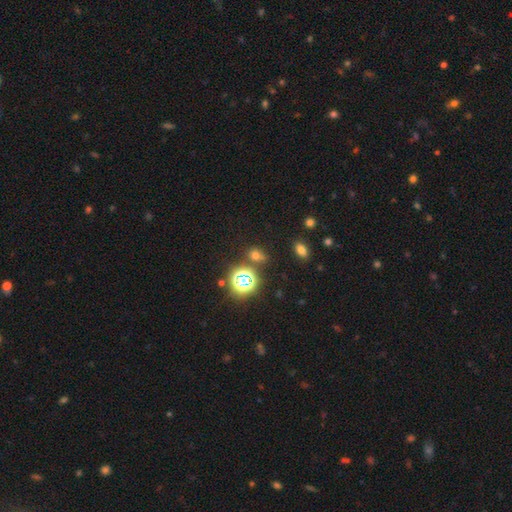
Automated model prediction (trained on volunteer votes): Smooth or featured? Predicted: smooth (p=0.54). How rounded? Predicted: round (p=0.49, tied with in between). Merging? Predicted: none (p=0.71).